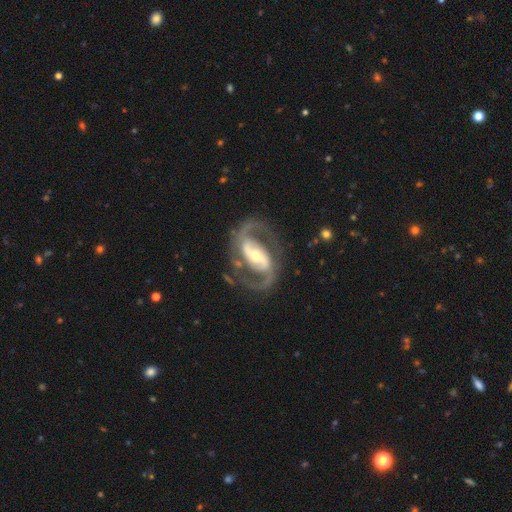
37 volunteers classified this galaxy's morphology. Smooth or featured? featured or disk (95%)
Edge-on disk? no (97%)
Bar? strong (56%)
Spiral arms? yes (94%)
Spiral winding? medium (69%)
Spiral arm count? 2 (100%)
Bulge size? small (53%)
Merging? none (80%)